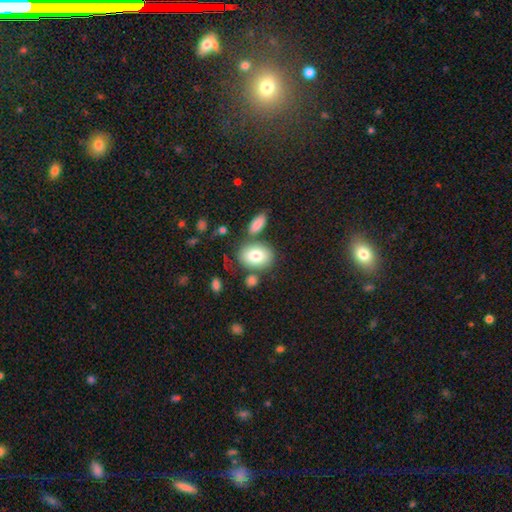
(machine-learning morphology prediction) Smooth or featured: smooth — 79% (featured or disk — 14%)
How rounded: in between — 71% (round — 28%)
Merging: none — 65% (merger — 15%)